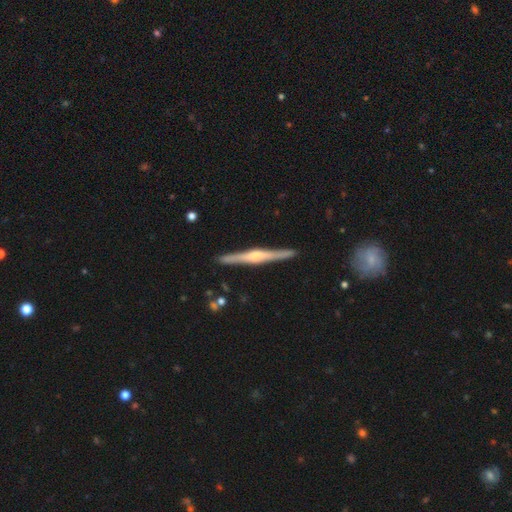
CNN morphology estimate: Q: Smooth or featured?
A: featured or disk (79%); runner-up: smooth (17%)
Q: Edge-on disk?
A: yes (98%); runner-up: no (2%)
Q: Edge-on bulge?
A: rounded (74%); runner-up: boxy (17%)
Q: Merging?
A: none (91%); runner-up: minor disturbance (6%)